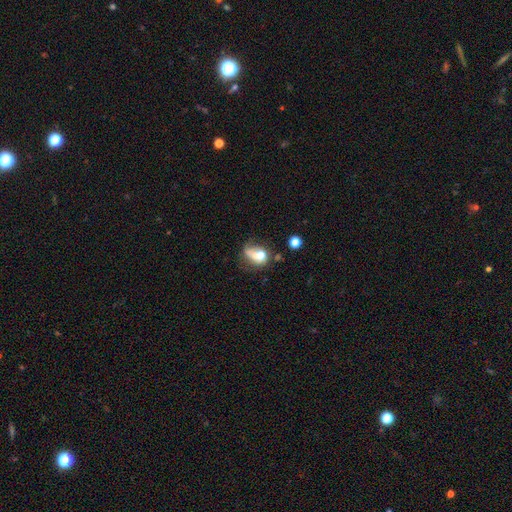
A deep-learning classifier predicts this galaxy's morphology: This appears to be a smooth galaxy with no disk features (54%) that is in between round and cigar-shaped (55%). Merging: merger (33%).